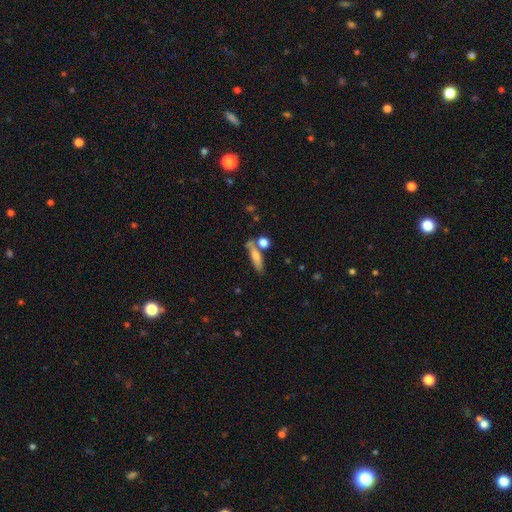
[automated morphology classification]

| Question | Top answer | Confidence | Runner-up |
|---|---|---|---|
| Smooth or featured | smooth | 73% | featured or disk (19%) |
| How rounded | cigar-shaped | 60% | in between (34%) |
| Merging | none | 57% | merger (21%) |